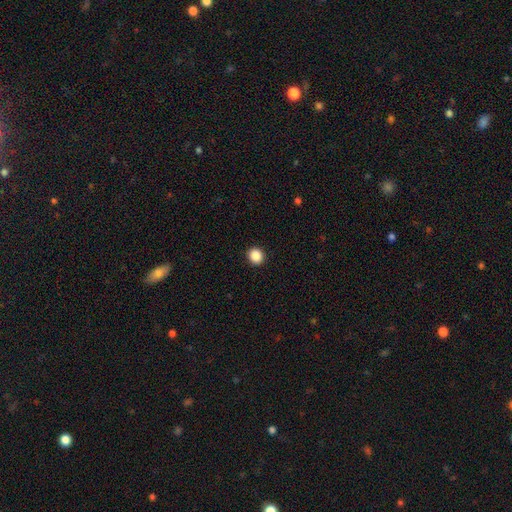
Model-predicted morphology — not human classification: type=smooth (88%); roundness=round (85%); merging=none (93%).